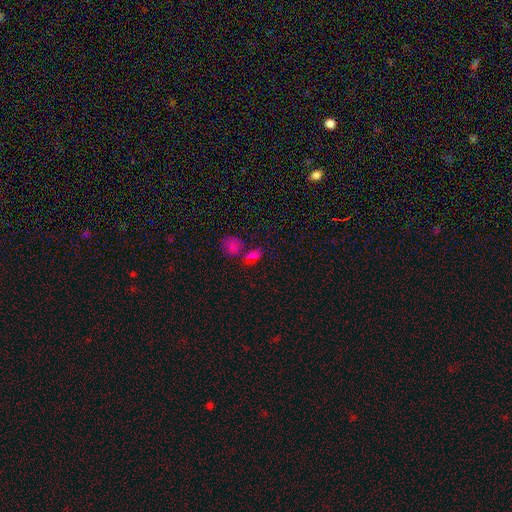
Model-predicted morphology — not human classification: smooth 63%, star or artifact 26%, featured or disk 11%. Down the decision tree: how rounded — in between (75%); merging — none (55%).